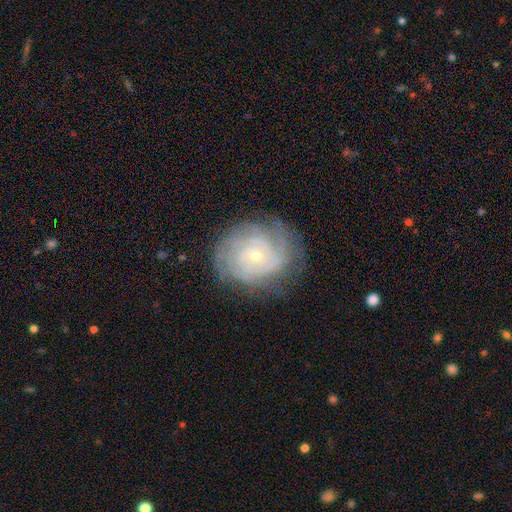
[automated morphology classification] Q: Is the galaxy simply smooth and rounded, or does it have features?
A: featured or disk — 81%.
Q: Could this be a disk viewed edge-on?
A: no — 97%.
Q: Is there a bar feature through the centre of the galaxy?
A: no — 75%.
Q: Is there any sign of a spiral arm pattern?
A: yes — 94%.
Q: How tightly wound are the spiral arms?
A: tight — 79%.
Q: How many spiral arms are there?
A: can't tell — 39%.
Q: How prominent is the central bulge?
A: small — 76%.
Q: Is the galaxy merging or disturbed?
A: none — 75%.